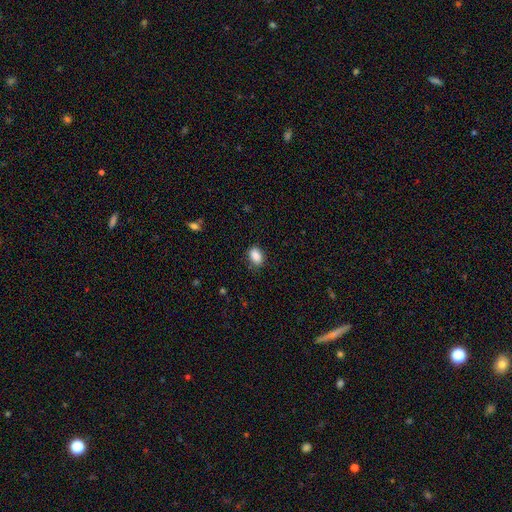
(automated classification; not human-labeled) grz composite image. It shows a smooth galaxy with no disk features (88%) that is in between round and cigar-shaped (84%). Merging: none (83%).